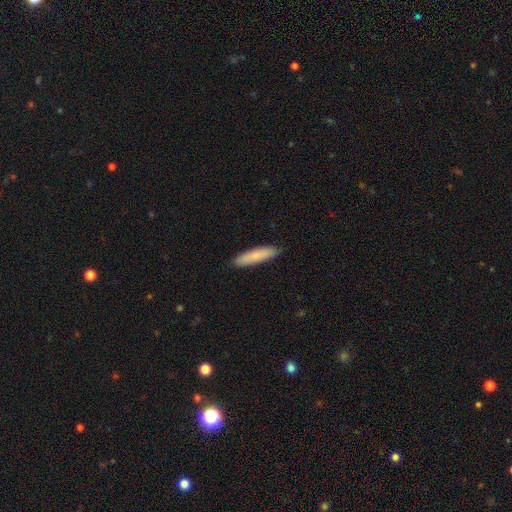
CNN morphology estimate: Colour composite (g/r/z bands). It shows a smooth galaxy with no disk features (79%) that is cigar-shaped (79%). Merging: none (89%).